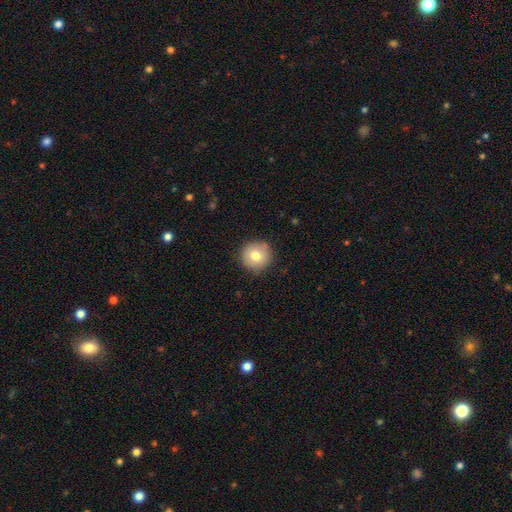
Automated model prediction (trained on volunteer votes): Morphology: type=smooth (78%); roundness=round (94%); merging=none (87%).